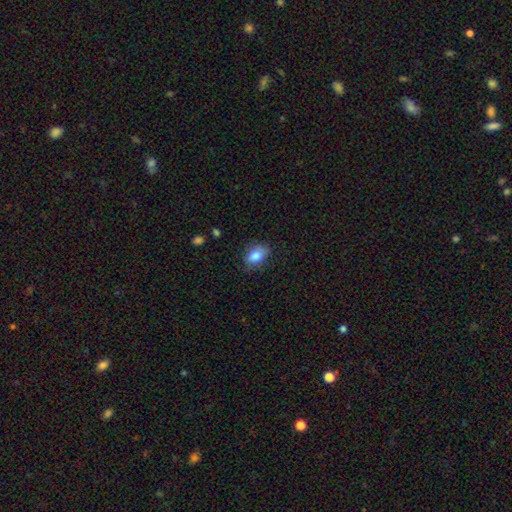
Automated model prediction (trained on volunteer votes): Smooth or featured?
  - smooth: 83% *
  - featured or disk: 9%
  - star or artifact: 8%
How rounded?
  - in between: 84% *
  - round: 14%
  - cigar-shaped: 2%
Merging?
  - none: 76% *
  - minor disturbance: 19%
  - major disturbance: 4%
  - merger: 1%